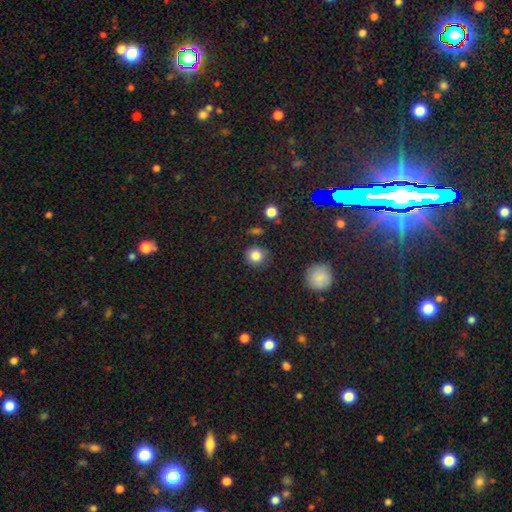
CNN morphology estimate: smooth-or-featured: smooth: 83% | star or artifact: 11% | featured or disk: 6%
  how-rounded: round: 89% | in between: 10% | cigar-shaped: 1%
  merging: none: 81% | minor disturbance: 13% | major disturbance: 4% | merger: 3%